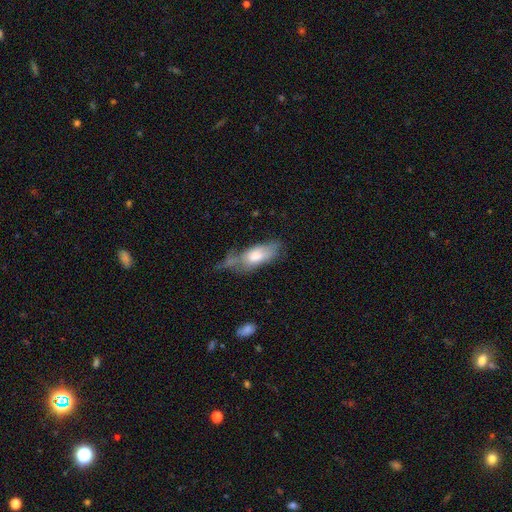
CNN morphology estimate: Smooth or featured? Predicted: smooth (p=0.62). How rounded? Predicted: in between (p=0.75). Merging? Predicted: none (p=0.33).